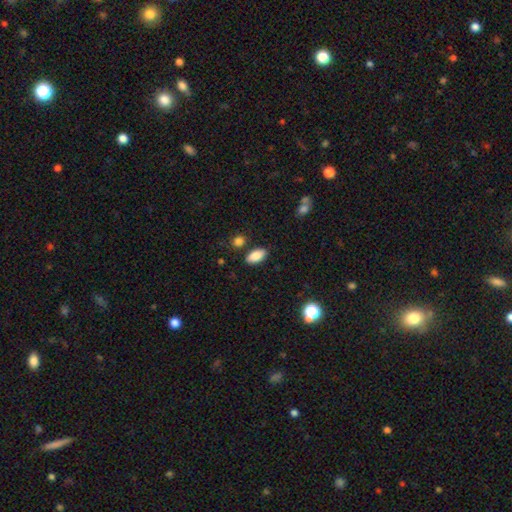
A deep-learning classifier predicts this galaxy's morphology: This appears to be a smooth galaxy with no disk features (86%) that is in between round and cigar-shaped (91%). Merging: none (83%).